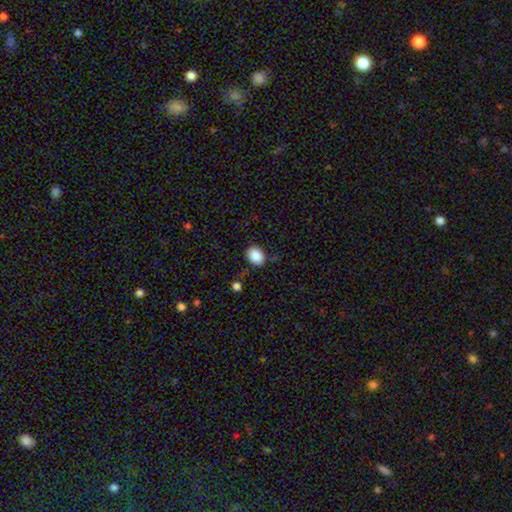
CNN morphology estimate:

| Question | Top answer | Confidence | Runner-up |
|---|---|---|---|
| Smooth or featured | smooth | 88% | star or artifact (8%) |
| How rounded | in between | 63% | round (36%) |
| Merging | none | 78% | minor disturbance (15%) |